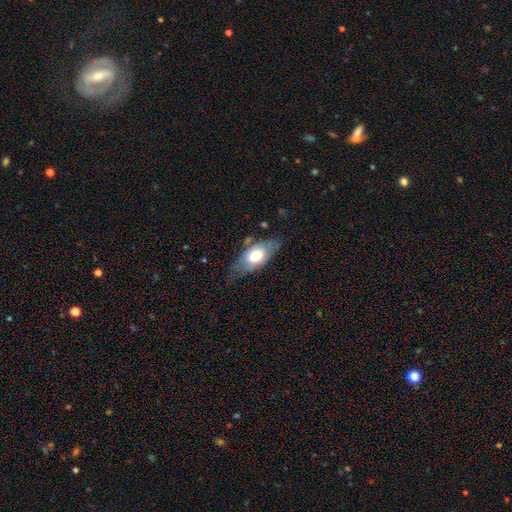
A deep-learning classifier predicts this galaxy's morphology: smooth 66%, featured or disk 28%, star or artifact 6%. Down the decision tree: how rounded — in between (88%); merging — none (58%).